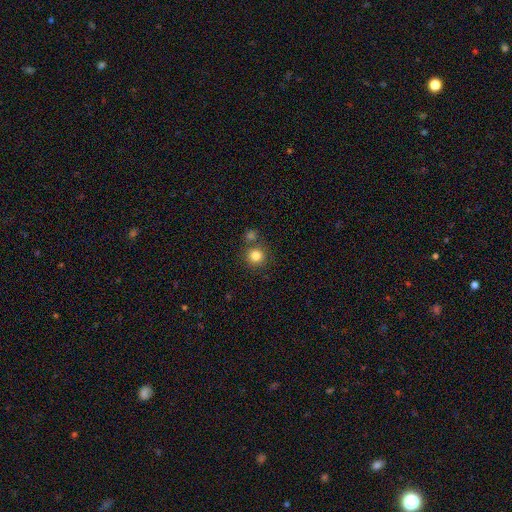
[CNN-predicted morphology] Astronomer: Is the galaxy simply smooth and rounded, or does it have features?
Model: smooth — 82%.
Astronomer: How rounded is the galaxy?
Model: round — 93%.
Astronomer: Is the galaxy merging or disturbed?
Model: none — 74%.